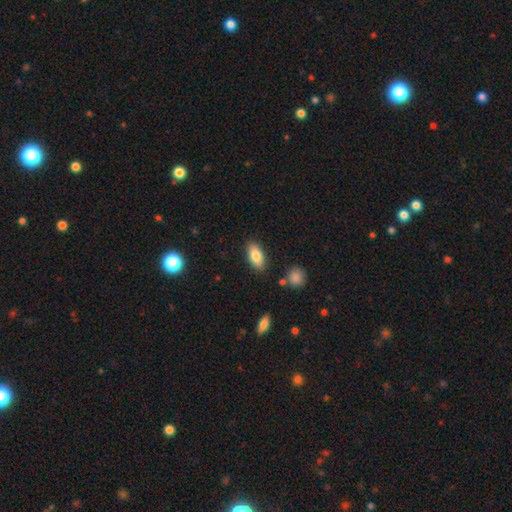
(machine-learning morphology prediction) A smooth galaxy with no disk features (83%) that is in between round and cigar-shaped (88%).

Vote fractions:
- Smooth or featured? smooth: 83% / featured or disk: 10% / star or artifact: 7%
- How rounded? in between: 88% / cigar-shaped: 9% / round: 3%
- Merging? none: 85% / minor disturbance: 10% / major disturbance: 2% / merger: 2%